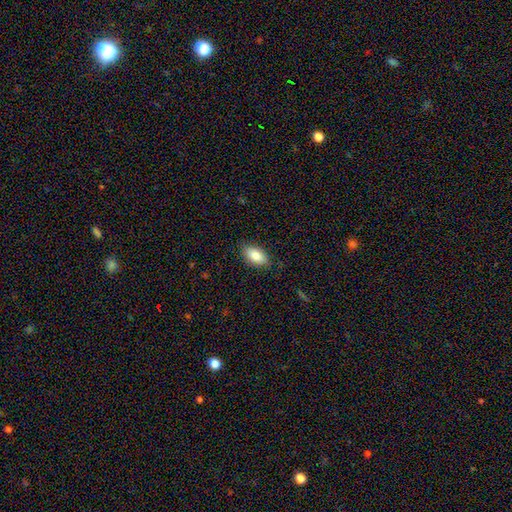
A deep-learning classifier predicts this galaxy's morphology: A smooth galaxy with no disk features (83%) that is in between round and cigar-shaped (92%). Merging: none (84%).